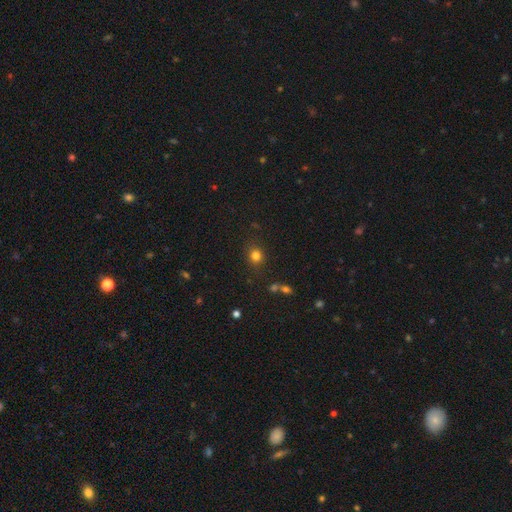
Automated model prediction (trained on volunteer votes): This appears to be a smooth galaxy with no disk features (80%) that is round (78%). Merging: none (83%).